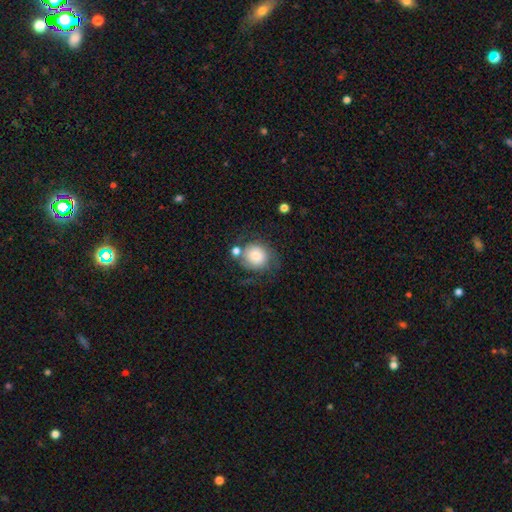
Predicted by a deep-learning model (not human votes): The model was most divided on "smooth or featured": smooth: 61%, featured or disk: 30%, star or artifact: 9%. More confident: how rounded — round (80%); merging — none (53%).